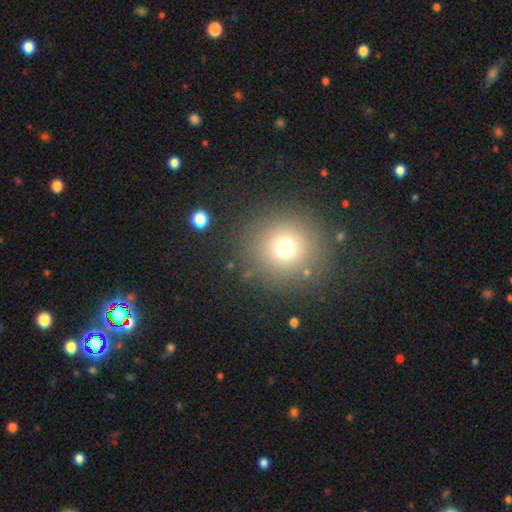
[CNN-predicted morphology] smooth_or_featured: smooth (p=0.59) [alt: star or artifact p=0.32]
how_rounded: round (p=0.93) [alt: in between p=0.06]
merging: none (p=0.89) [alt: minor disturbance p=0.06]